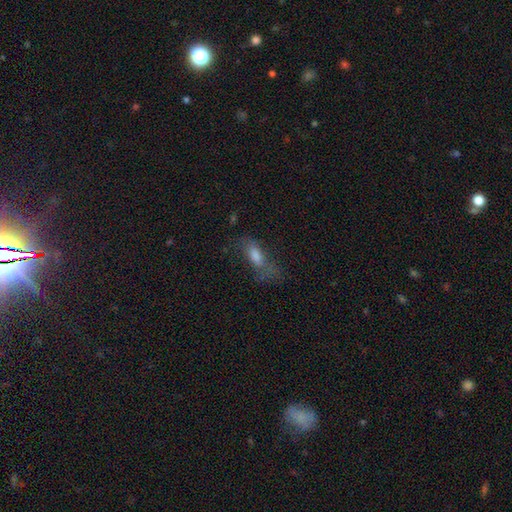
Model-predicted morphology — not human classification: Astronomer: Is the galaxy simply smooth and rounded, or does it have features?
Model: smooth — 55%.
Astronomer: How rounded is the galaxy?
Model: in between — 64%.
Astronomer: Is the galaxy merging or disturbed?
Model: none — 43% (runner-up: major disturbance, 30%).